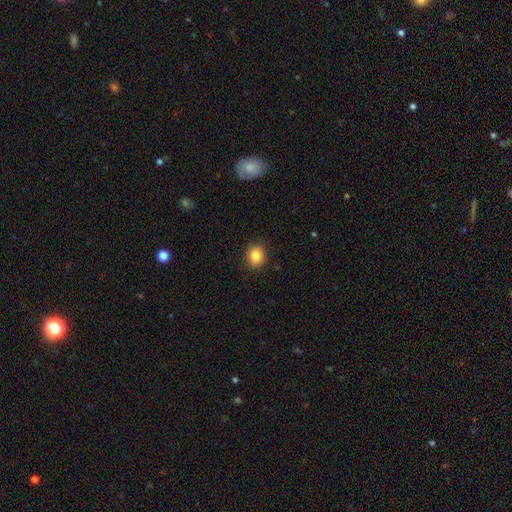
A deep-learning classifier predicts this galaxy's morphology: Smooth or featured?
  - smooth: 84% *
  - star or artifact: 10%
  - featured or disk: 6%
How rounded?
  - round: 63% *
  - in between: 36%
  - cigar-shaped: 1%
Merging?
  - none: 89% *
  - minor disturbance: 8%
  - major disturbance: 2%
  - merger: 1%